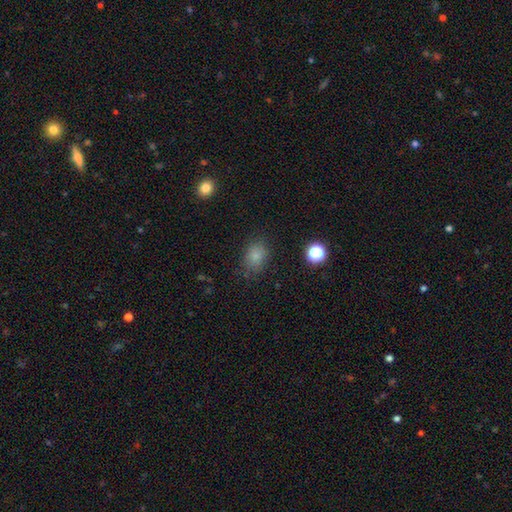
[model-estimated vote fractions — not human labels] Smooth or featured? smooth (81%)
How rounded? in between (62%)
Merging? none (78%)